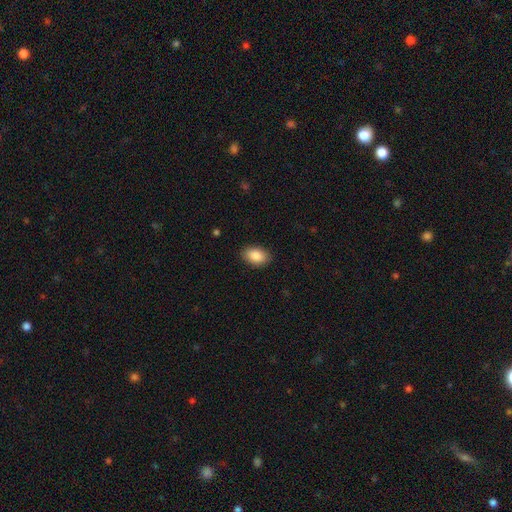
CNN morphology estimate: smooth 88%, star or artifact 7%, featured or disk 5%. Down the decision tree: how rounded — in between (90%); merging — none (89%).